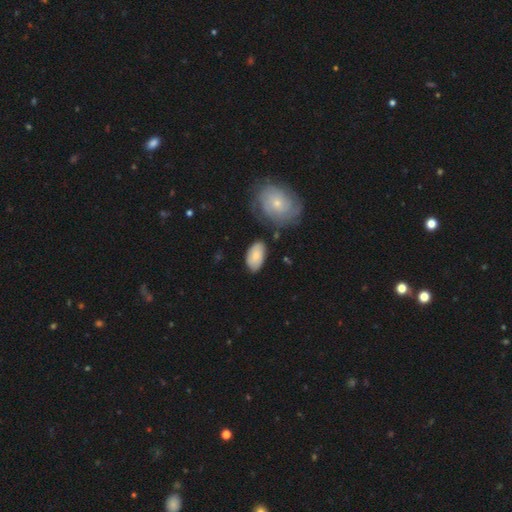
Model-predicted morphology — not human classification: This appears to be a smooth galaxy with no disk features (69%) that is in between round and cigar-shaped (92%). Merging: none (69%).